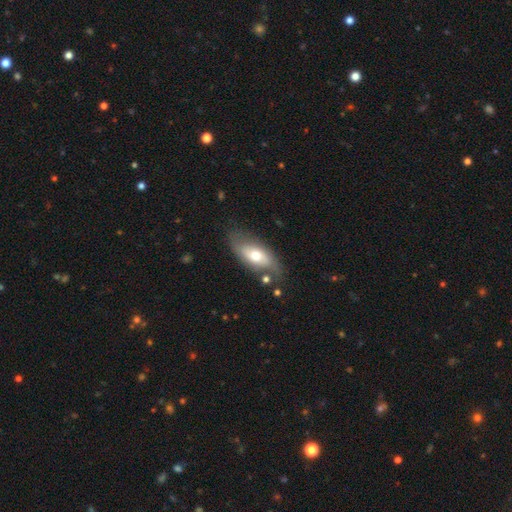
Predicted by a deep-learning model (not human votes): smooth_or_featured: smooth (p=0.55) [alt: featured or disk p=0.39]
how_rounded: in between (p=0.84) [alt: cigar-shaped p=0.12]
merging: none (p=0.69) [alt: minor disturbance p=0.20]